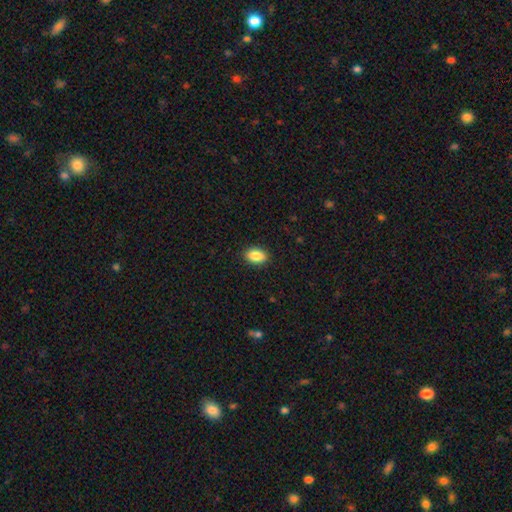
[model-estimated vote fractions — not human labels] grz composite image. It shows a smooth galaxy with no disk features (86%) that is in between round and cigar-shaped (87%). Merging: none (90%).